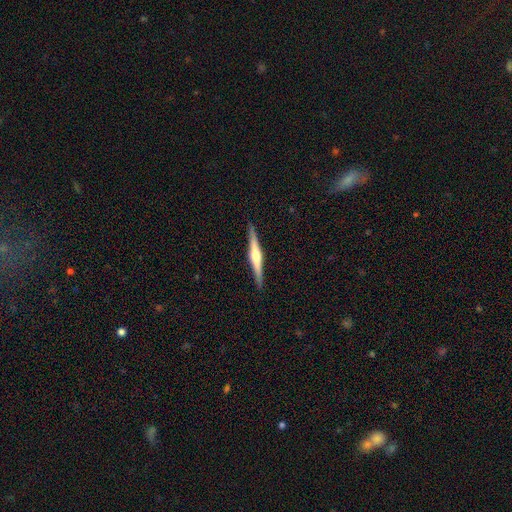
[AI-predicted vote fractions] smooth_or_featured: featured or disk (p=0.72) [alt: smooth p=0.23]
disk_edge_on: yes (p=0.98) [alt: no p=0.02]
edge_on_bulge: rounded (p=0.83) [alt: boxy p=0.09]
merging: none (p=0.91) [alt: minor disturbance p=0.07]